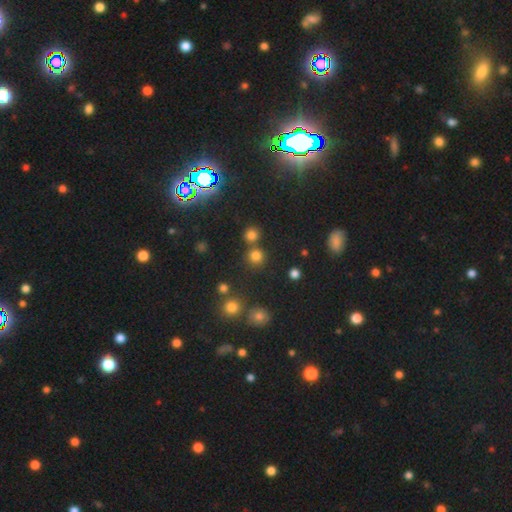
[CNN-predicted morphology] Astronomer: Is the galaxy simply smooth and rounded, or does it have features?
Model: smooth — 76%.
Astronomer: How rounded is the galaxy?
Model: round — 92%.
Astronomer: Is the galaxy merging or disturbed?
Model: none — 74%.